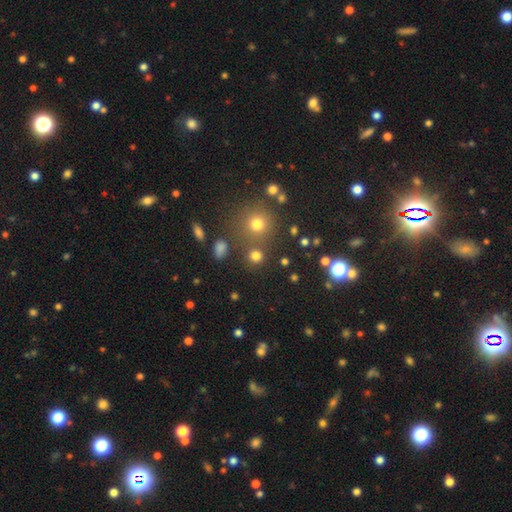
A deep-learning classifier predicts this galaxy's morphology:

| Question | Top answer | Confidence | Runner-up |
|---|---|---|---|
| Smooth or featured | smooth | 75% | star or artifact (19%) |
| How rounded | round | 90% | in between (9%) |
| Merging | none | 77% | merger (11%) |